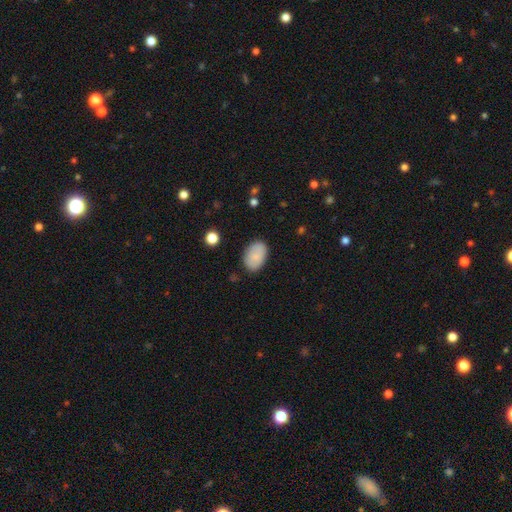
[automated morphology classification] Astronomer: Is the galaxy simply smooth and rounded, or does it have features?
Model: smooth — 85%.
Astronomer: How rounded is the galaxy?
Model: in between — 89%.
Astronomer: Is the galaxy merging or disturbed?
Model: none — 83%.